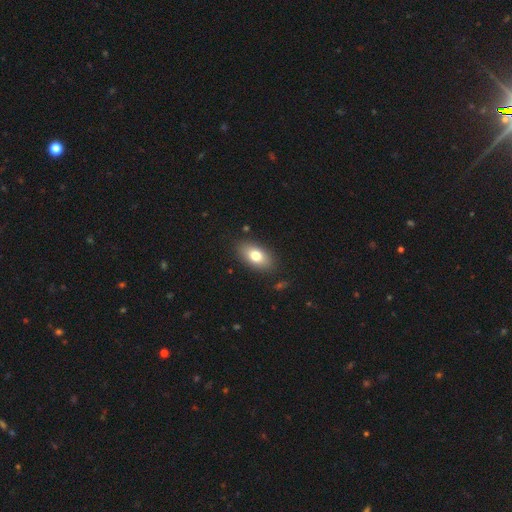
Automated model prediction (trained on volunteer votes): smooth_or_featured: smooth (p=0.77) [alt: featured or disk p=0.15]
how_rounded: in between (p=0.90) [alt: round p=0.07]
merging: none (p=0.86) [alt: minor disturbance p=0.10]